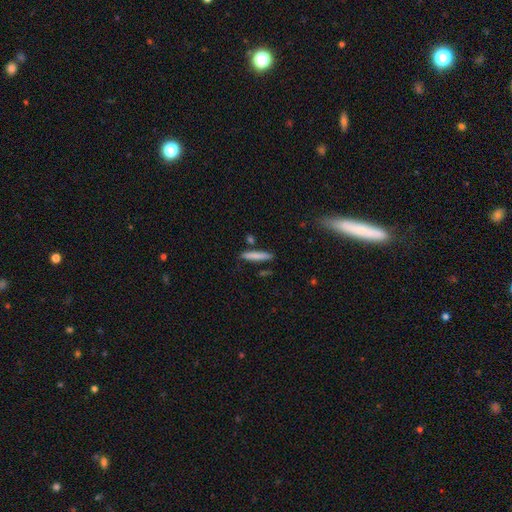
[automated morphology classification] Overall: smooth (79%). How rounded: cigar-shaped (92%). Merging: none (85%).